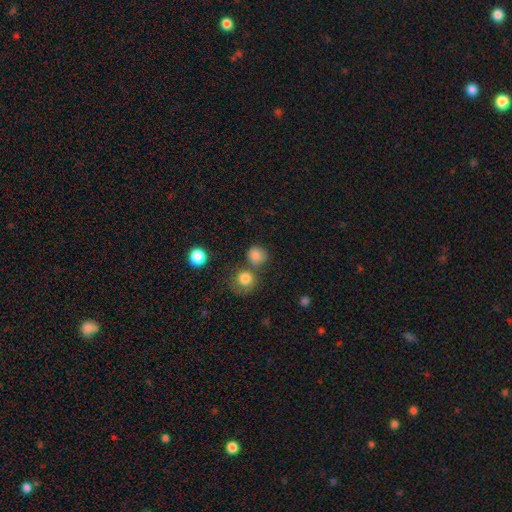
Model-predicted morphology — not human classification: type=smooth (83%); roundness=round (87%); merging=none (62%).